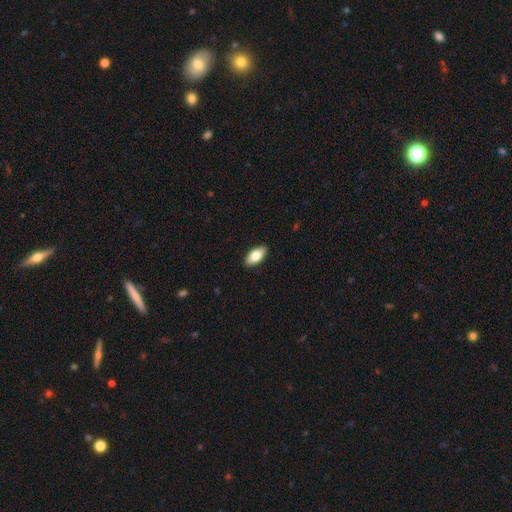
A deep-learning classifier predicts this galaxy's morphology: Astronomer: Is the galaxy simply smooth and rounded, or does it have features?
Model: smooth — 76%.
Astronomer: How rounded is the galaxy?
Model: in between — 89%.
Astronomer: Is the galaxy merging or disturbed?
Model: none — 90%.